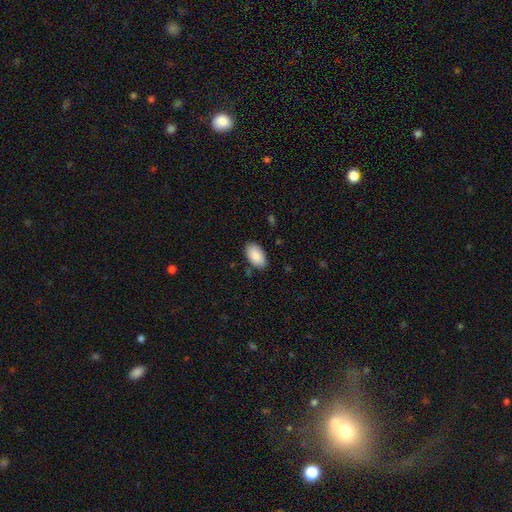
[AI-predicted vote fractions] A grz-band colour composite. It shows a smooth galaxy with no disk features (88%) that is in between round and cigar-shaped (95%). Merging: none (85%).